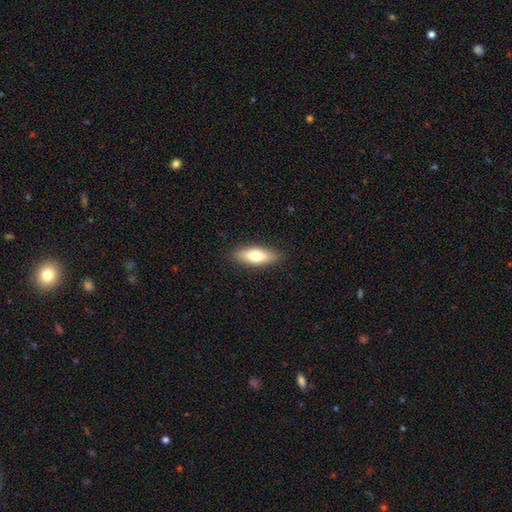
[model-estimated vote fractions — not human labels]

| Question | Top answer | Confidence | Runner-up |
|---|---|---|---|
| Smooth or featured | smooth | 70% | featured or disk (24%) |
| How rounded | in between | 64% | cigar-shaped (34%) |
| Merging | none | 89% | minor disturbance (8%) |